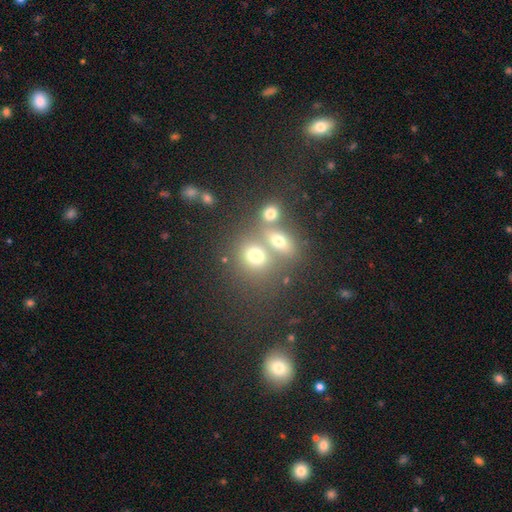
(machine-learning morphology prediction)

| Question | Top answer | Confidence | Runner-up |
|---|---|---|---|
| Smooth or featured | smooth | 71% | star or artifact (16%) |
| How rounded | round | 66% | in between (32%) |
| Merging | merger | 44% | none (43%) |